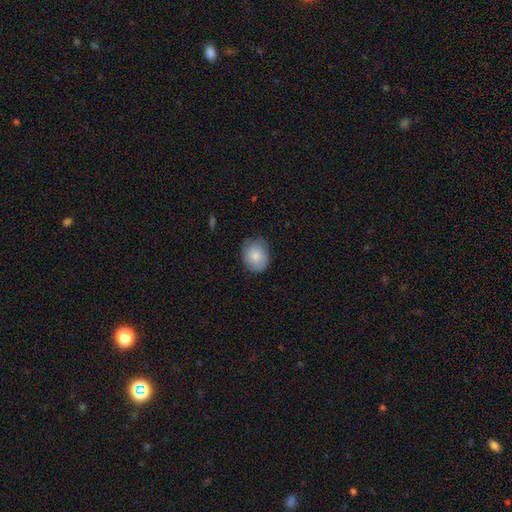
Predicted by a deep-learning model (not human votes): This appears to be a smooth galaxy with no disk features (84%) that is round (51%). Merging: none (77%).